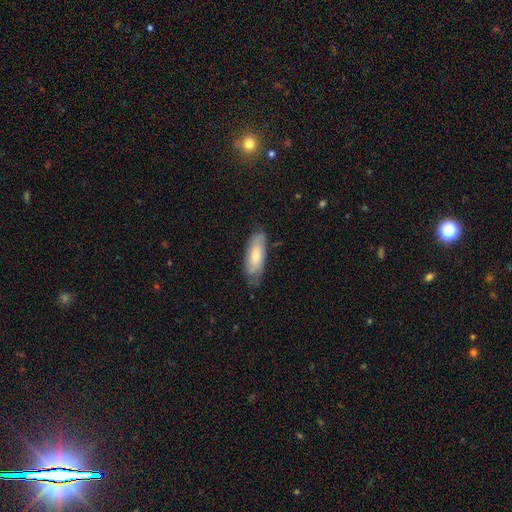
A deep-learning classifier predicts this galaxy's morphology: Smooth or featured?
  - smooth: 63% *
  - featured or disk: 31%
  - star or artifact: 6%
How rounded?
  - in between: 66% *
  - cigar-shaped: 32%
  - round: 2%
Merging?
  - none: 69% *
  - minor disturbance: 25%
  - major disturbance: 5%
  - merger: 1%